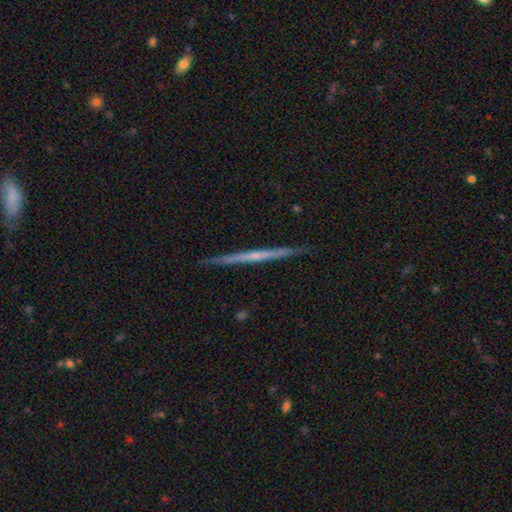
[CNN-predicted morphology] type=featured or disk (70%); edge-on=yes (98%); edge-on bulge=none (70%); merging=none (91%).